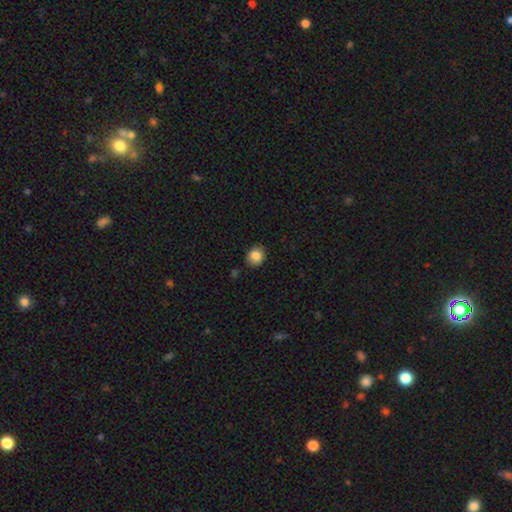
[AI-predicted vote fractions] Morphology: type=smooth (85%); roundness=round (69%); merging=none (82%).